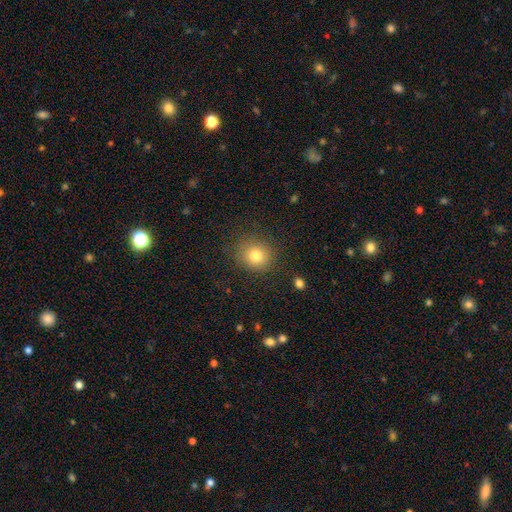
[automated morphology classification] smooth-or-featured: smooth: 82% | star or artifact: 11% | featured or disk: 7%
  how-rounded: round: 80% | in between: 19% | cigar-shaped: 1%
  merging: none: 84% | minor disturbance: 11% | major disturbance: 4% | merger: 1%